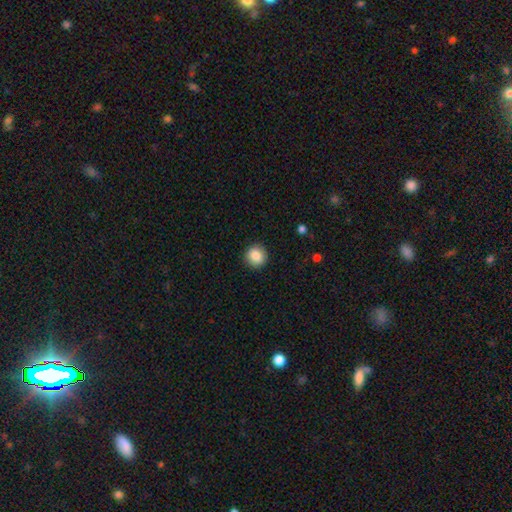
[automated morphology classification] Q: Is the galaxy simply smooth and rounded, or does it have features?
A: smooth — 86%.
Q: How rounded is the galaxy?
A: round — 92%.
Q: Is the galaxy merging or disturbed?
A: none — 92%.